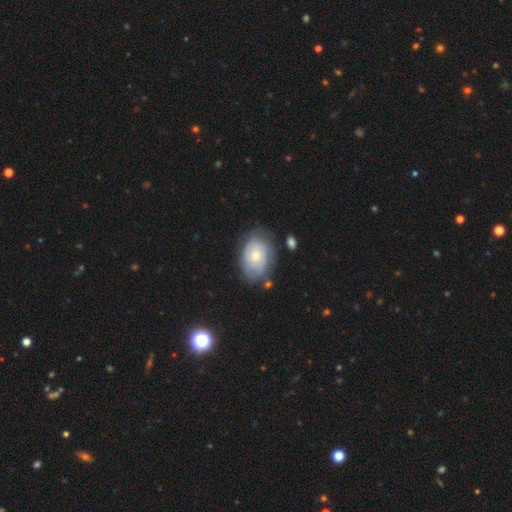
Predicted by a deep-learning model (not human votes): Smooth or featured? featured or disk (49%)
Merging? none (65%)